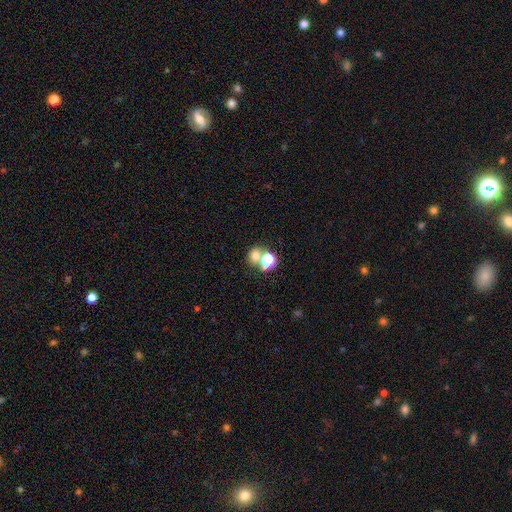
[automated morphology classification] Smooth or featured? Predicted: smooth (p=0.68). How rounded? Predicted: round (p=0.61). Merging? Predicted: none (p=0.48).